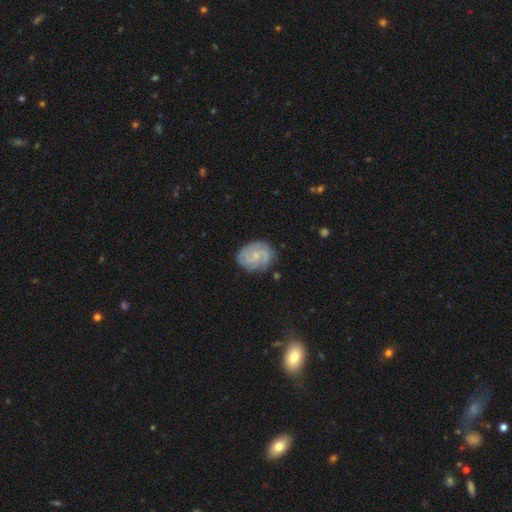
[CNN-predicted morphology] This is likely a featured or disk galaxy (75%). It is clearly not viewed edge-on (98%). Bar: likely no (63%). Spiral arm pattern: clearly yes (94%). Spiral arm count: marginally 2 (37%). Spiral winding: possibly tight (55%). Central bulge: likely small (64%). Merging: likely none (78%).